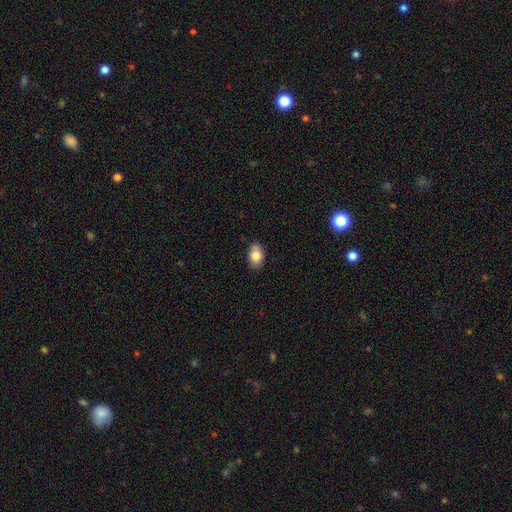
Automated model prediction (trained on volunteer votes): smooth 83%, featured or disk 9%, star or artifact 8%. Down the decision tree: how rounded — in between (86%); merging — none (81%).